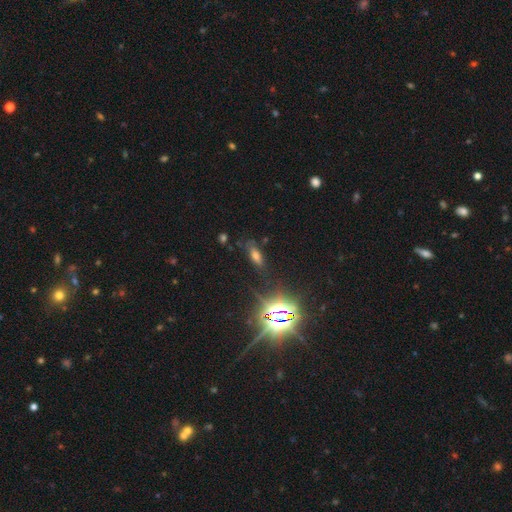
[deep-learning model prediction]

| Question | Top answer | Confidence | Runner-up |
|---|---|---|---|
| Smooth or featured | smooth | 47% | star or artifact (37%) |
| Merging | none | 72% | minor disturbance (18%) |